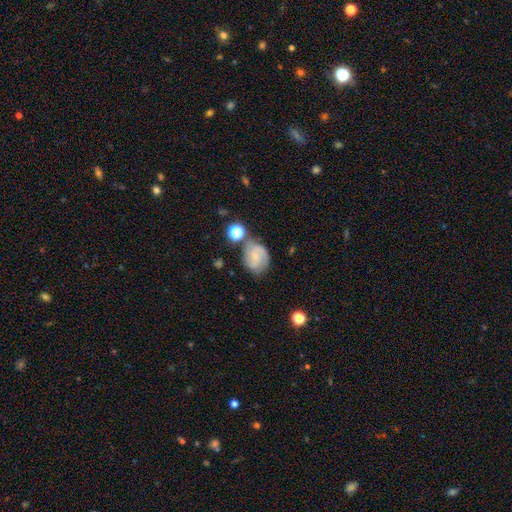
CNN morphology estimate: smooth-or-featured: featured or disk: 55% | smooth: 36% | star or artifact: 9%
  disk-edge-on: no: 97% | yes: 3%
    bar: no: 58% | weak: 36% | strong: 7%
    has-spiral-arms: yes: 88% | no: 12%
    bulge-size: small: 69% | moderate: 18% | none: 10% | large: 1% | dominant: 1%
  merging: none: 57% | minor disturbance: 22% | merger: 12% | major disturbance: 9%